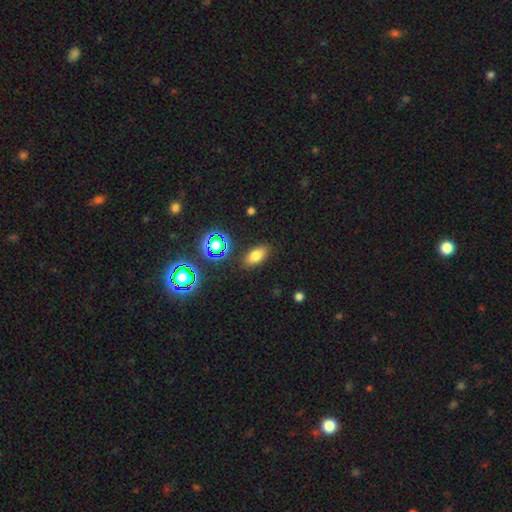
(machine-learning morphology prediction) smooth 71%, star or artifact 19%, featured or disk 10%. Down the decision tree: how rounded — in between (85%); merging — none (86%).